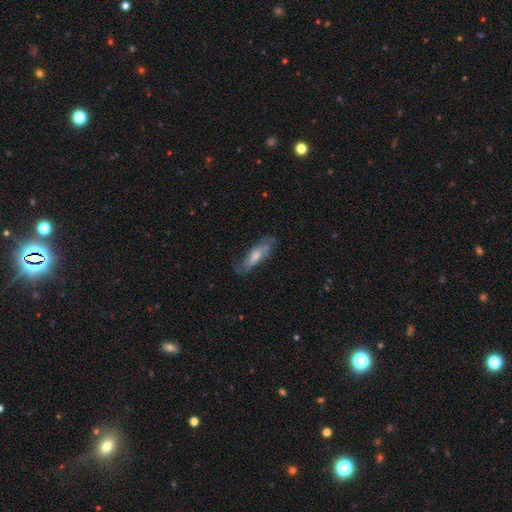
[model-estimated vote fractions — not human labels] The model was most divided on "smooth or featured": featured or disk: 54%, smooth: 39%, star or artifact: 7%. More confident: edge-on disk — no (72%); merging — none (63%).